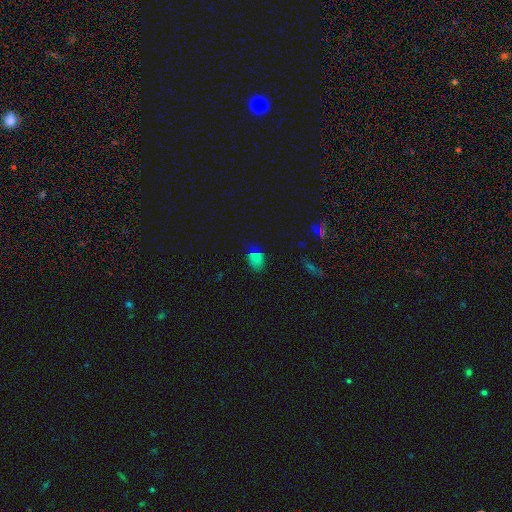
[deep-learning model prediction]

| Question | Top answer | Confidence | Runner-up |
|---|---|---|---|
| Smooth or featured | smooth | 68% | star or artifact (25%) |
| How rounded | in between | 74% | round (25%) |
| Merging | none | 65% | minor disturbance (24%) |